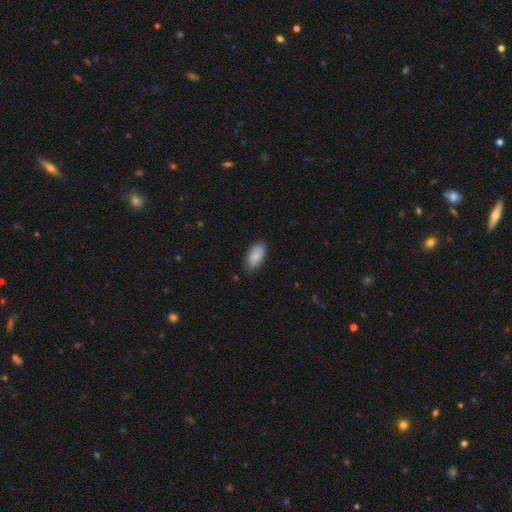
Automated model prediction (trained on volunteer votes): smooth 87%, featured or disk 7%, star or artifact 6%. Down the decision tree: how rounded — in between (93%); merging — none (82%).